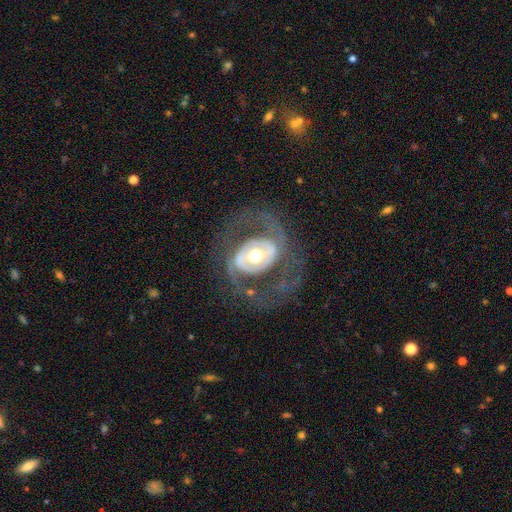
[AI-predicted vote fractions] Smooth or featured: featured or disk — 80% (smooth — 14%)
Edge-on disk: no — 95% (yes — 5%)
Bar: no — 54% (weak — 27%)
Spiral arms: yes — 69% (no — 31%)
Spiral winding: medium — 44% (loose — 31%)
Spiral arm count: 2 — 79% (can't tell — 10%)
Bulge size: moderate — 67% (large — 22%)
Merging: none — 61% (major disturbance — 23%)